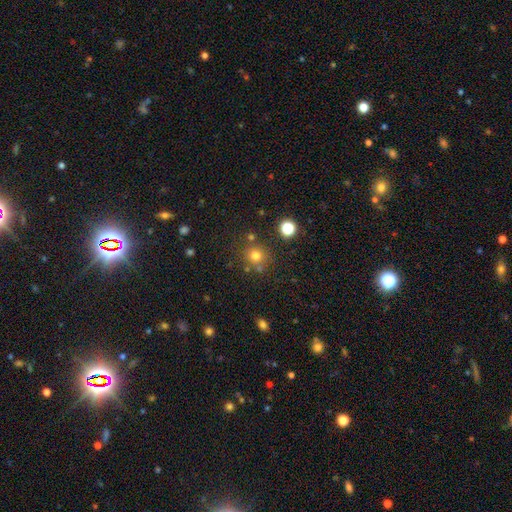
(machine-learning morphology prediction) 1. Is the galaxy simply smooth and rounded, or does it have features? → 75% smooth, 17% star or artifact, 7% featured or disk.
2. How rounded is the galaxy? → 89% round, 10% in between, 1% cigar-shaped.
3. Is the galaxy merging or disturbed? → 77% none, 10% minor disturbance, 9% merger, 4% major disturbance.